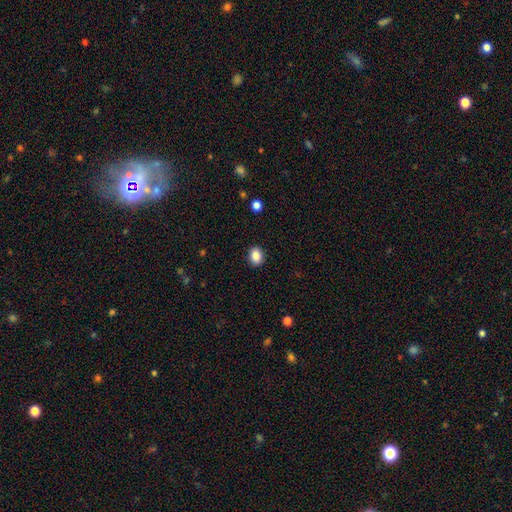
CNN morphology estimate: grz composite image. It shows a smooth galaxy with no disk features (87%) that is in between round and cigar-shaped (58%). Merging: none (90%).